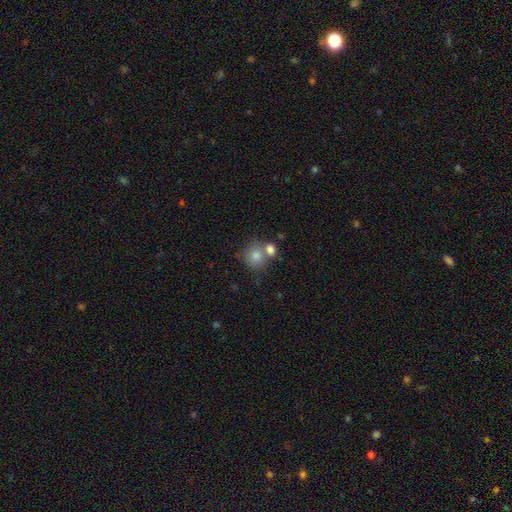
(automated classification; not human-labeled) The model was most divided on "merging": none: 49%, merger: 38%, minor disturbance: 10%, major disturbance: 4%. More confident: how rounded — round (82%); smooth or featured — smooth (80%).